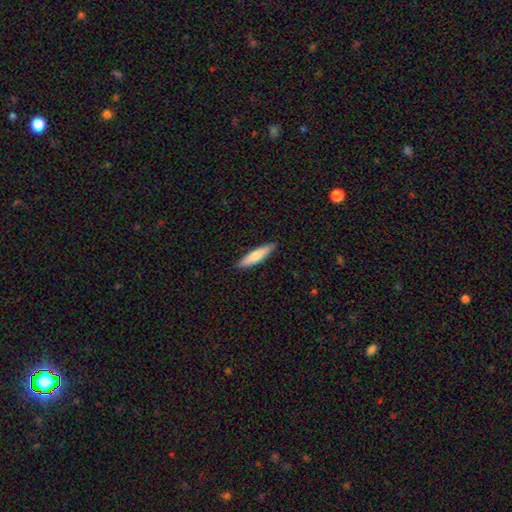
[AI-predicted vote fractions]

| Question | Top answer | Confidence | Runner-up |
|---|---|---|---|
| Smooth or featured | smooth | 75% | featured or disk (20%) |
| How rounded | cigar-shaped | 77% | in between (21%) |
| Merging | none | 89% | minor disturbance (9%) |